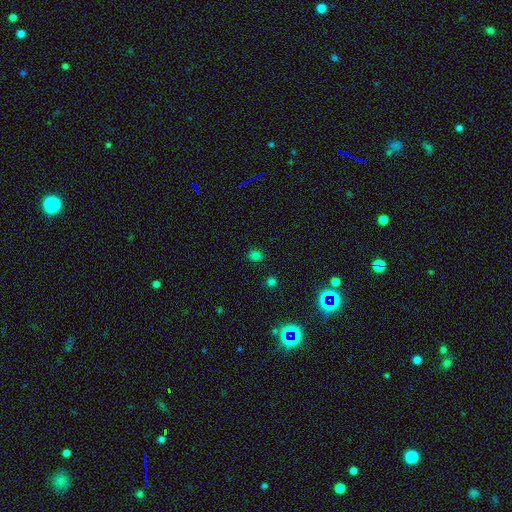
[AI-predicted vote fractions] The model was most divided on "how rounded": round: 50%, in between: 48%, cigar-shaped: 1%. More confident: merging — none (84%); smooth or featured — smooth (71%).